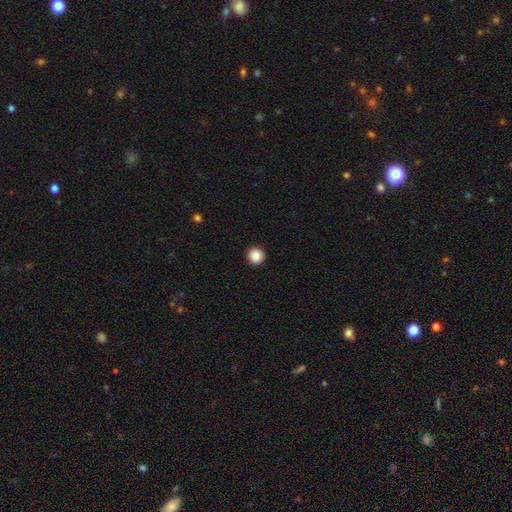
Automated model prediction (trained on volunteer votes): smooth 88%, star or artifact 9%, featured or disk 3%. Down the decision tree: how rounded — round (95%); merging — none (93%).